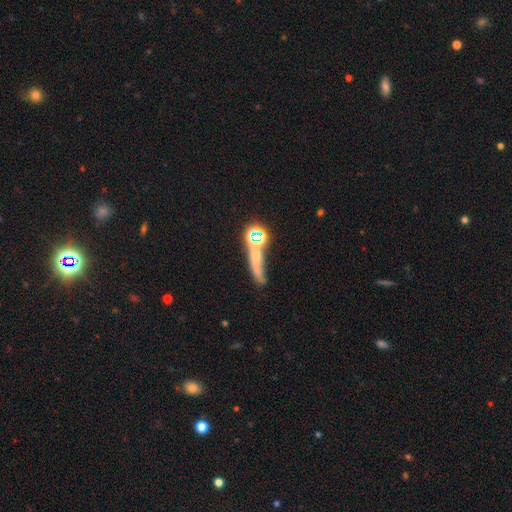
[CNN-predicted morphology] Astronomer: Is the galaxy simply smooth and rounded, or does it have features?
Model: smooth — 45% (runner-up: featured or disk, 28%).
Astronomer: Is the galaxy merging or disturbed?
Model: none — 48%.